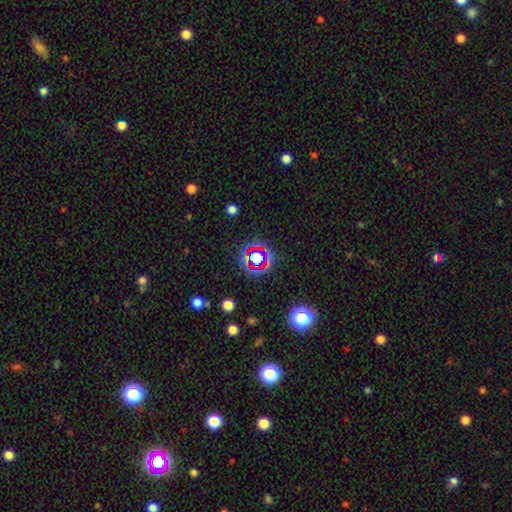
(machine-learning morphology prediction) The model was most divided on "smooth or featured": star or artifact: 64%, smooth: 23%, featured or disk: 13%.